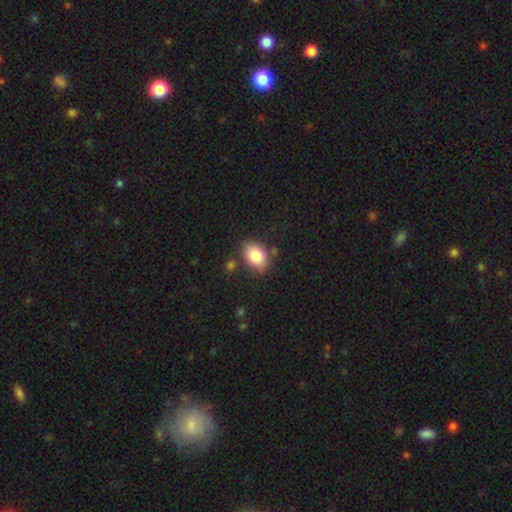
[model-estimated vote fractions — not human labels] This appears to be a smooth galaxy with no disk features (84%) that is in between round and cigar-shaped (76%). Merging: none (78%).